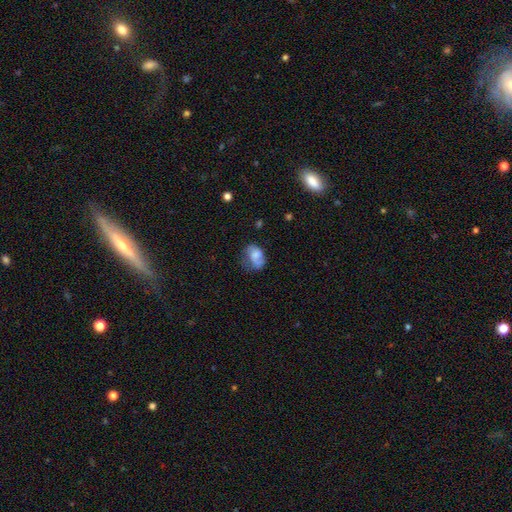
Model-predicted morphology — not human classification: A smooth galaxy with no disk features (61%) that is in between round and cigar-shaped (71%). Merging: none (38%).